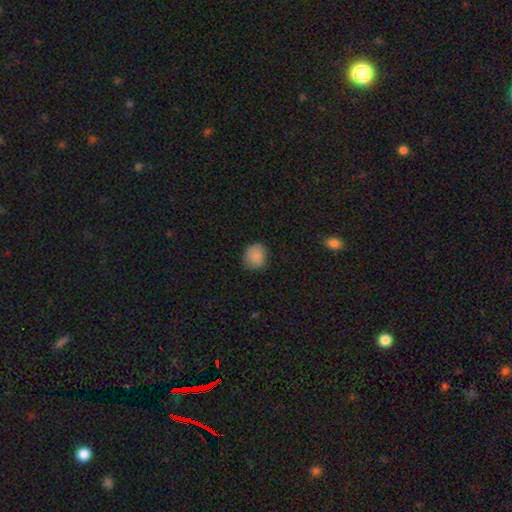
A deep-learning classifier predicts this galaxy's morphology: Smooth or featured: smooth — 86% (star or artifact — 9%)
How rounded: round — 78% (in between — 21%)
Merging: none — 79% (minor disturbance — 16%)